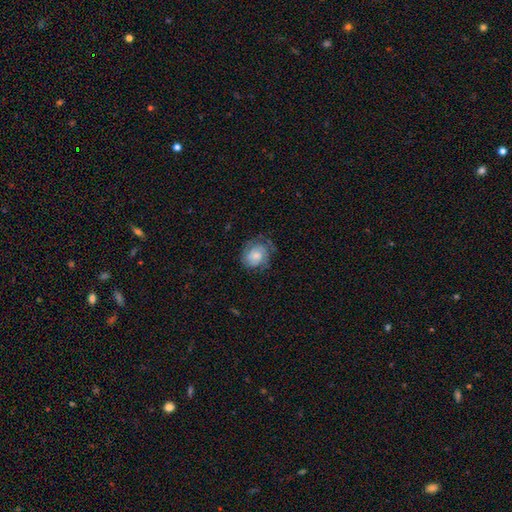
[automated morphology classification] smooth-or-featured: featured or disk: 56% | smooth: 36% | star or artifact: 8%
  disk-edge-on: no: 97% | yes: 3%
    bar: no: 64% | weak: 30% | strong: 5%
    has-spiral-arms: yes: 87% | no: 13%
    bulge-size: moderate: 40% | small: 39% | large: 10% | none: 9% | dominant: 2%
  merging: none: 63% | minor disturbance: 23% | major disturbance: 12% | merger: 1%